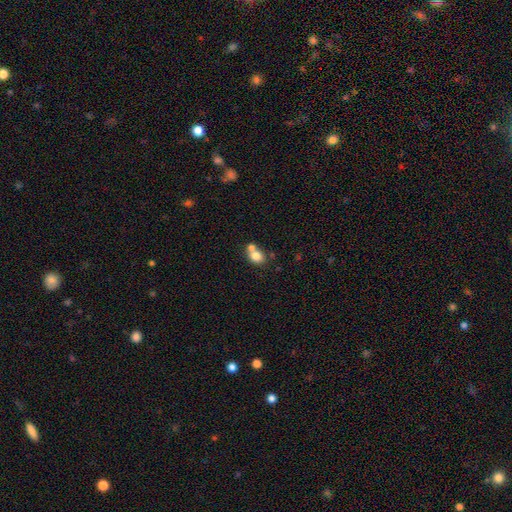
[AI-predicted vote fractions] Smooth or featured? Predicted: smooth (p=0.78). How rounded? Predicted: round (p=0.55). Merging? Predicted: merger (p=0.44).